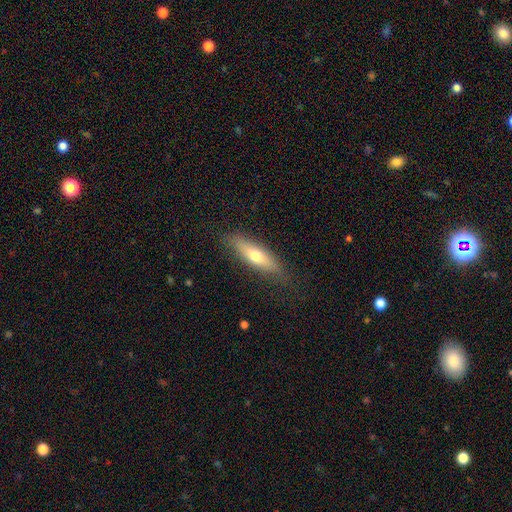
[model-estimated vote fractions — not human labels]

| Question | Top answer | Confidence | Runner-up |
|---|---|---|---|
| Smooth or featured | smooth | 60% | featured or disk (34%) |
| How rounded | cigar-shaped | 60% | in between (38%) |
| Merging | none | 80% | minor disturbance (15%) |